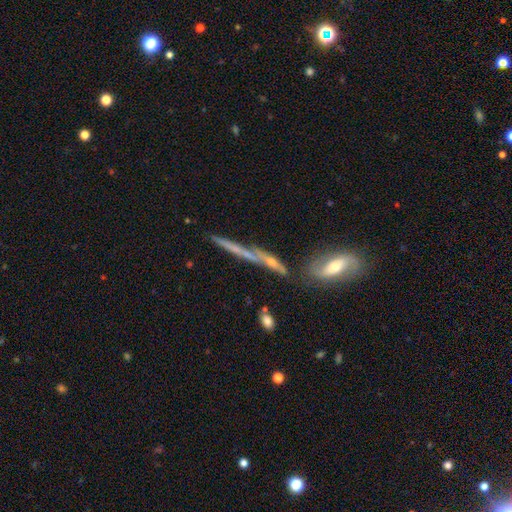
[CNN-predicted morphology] Smooth or featured: featured or disk — 56% (smooth — 28%)
Edge-on disk: yes — 83% (no — 17%)
Merging: none — 64% (merger — 19%)